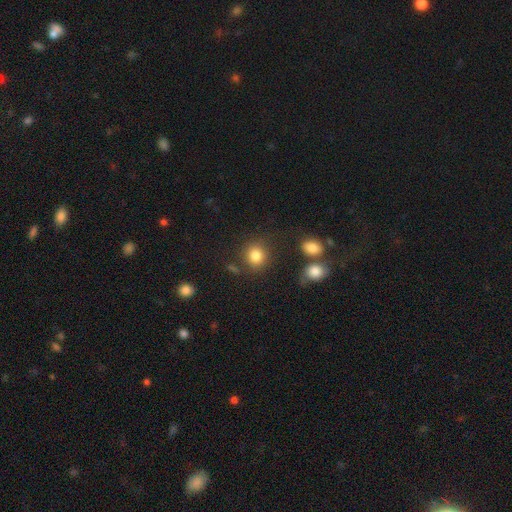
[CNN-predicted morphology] type=smooth (83%); roundness=round (83%); merging=none (79%).